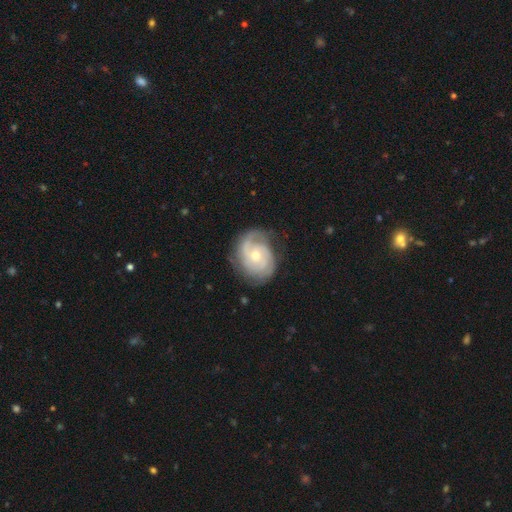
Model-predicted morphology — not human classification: Smooth or featured? featured or disk (84%)
Edge-on disk? no (98%)
Bar? no (70%)
Spiral arms? yes (96%)
Spiral winding? tight (55%)
Spiral arm count? 2 (46%)
Bulge size? moderate (49%)
Merging? none (72%)